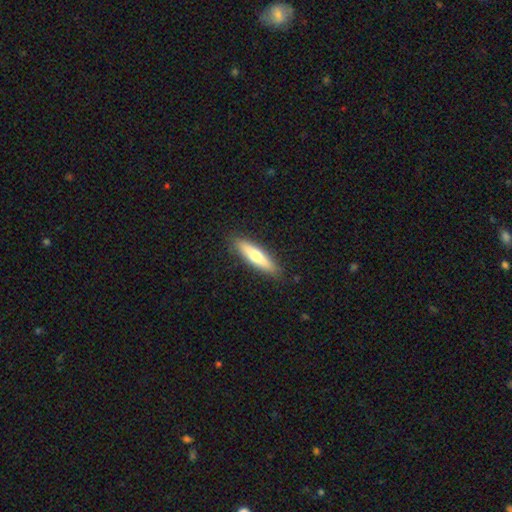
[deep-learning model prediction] Smooth or featured? Predicted: smooth (p=0.63). How rounded? Predicted: cigar-shaped (p=0.75). Merging? Predicted: none (p=0.89).